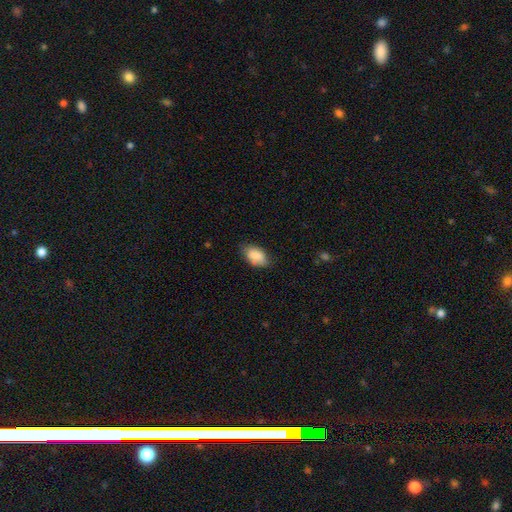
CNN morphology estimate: Q: Smooth or featured?
A: smooth (85%); runner-up: featured or disk (8%)
Q: How rounded?
A: in between (91%); runner-up: round (7%)
Q: Merging?
A: none (69%); runner-up: minor disturbance (25%)